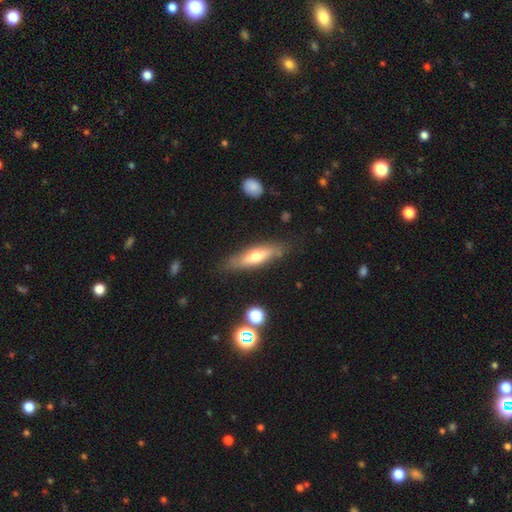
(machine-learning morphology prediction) smooth 53%, featured or disk 41%, star or artifact 7%. Down the decision tree: how rounded — cigar-shaped (65%); merging — none (80%).